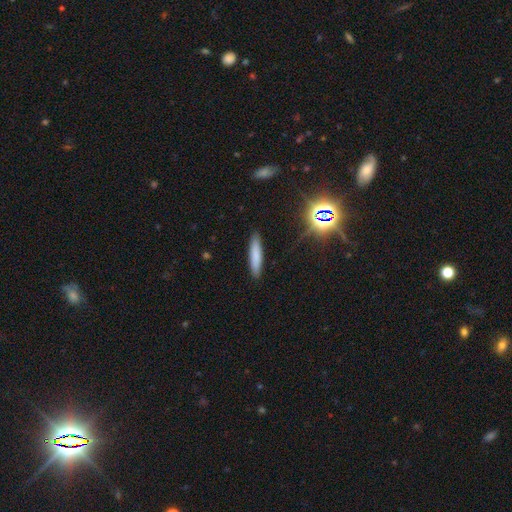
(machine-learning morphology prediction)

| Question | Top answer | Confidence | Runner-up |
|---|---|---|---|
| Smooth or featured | smooth | 78% | featured or disk (13%) |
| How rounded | cigar-shaped | 86% | in between (13%) |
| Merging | none | 90% | minor disturbance (8%) |